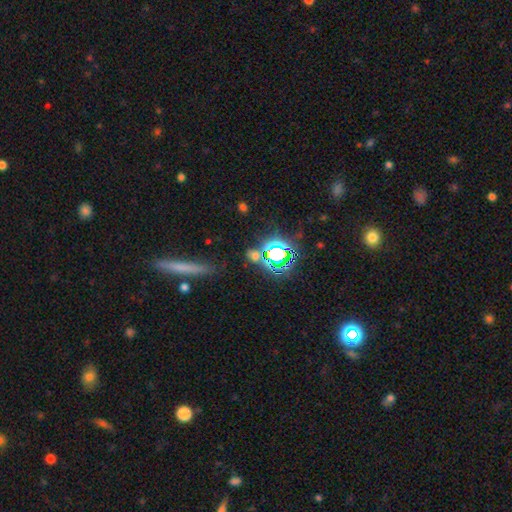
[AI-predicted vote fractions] Smooth or featured?
  - star or artifact: 52% *
  - smooth: 38%
  - featured or disk: 10%